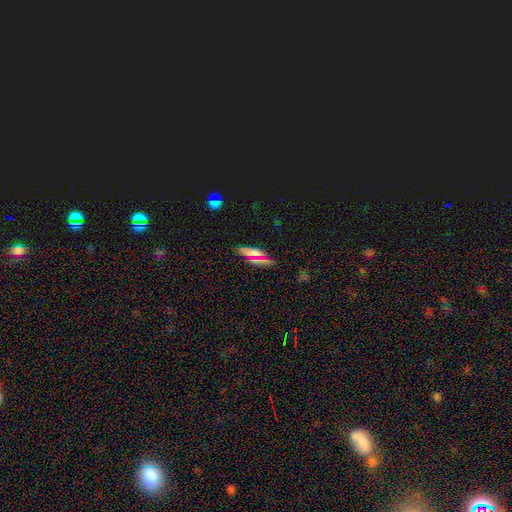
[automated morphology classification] Overall: smooth (62%). How rounded: in between (59%; cigar-shaped 37%). Merging: none (83%).